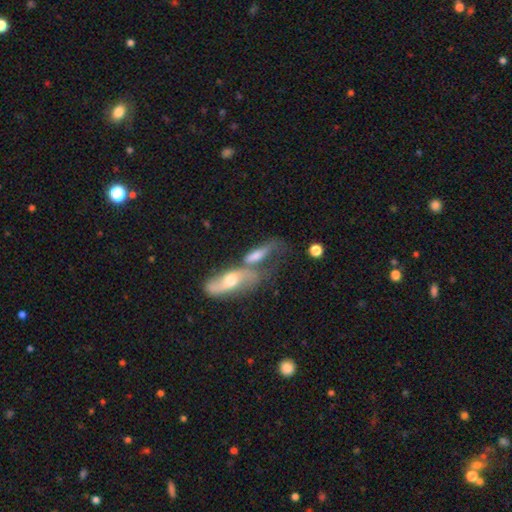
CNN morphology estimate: Smooth or featured?
  - smooth: 53% *
  - featured or disk: 38%
  - star or artifact: 9%
How rounded?
  - in between: 53% *
  - cigar-shaped: 42%
  - round: 5%
Merging?
  - merger: 54% *
  - none: 25%
  - minor disturbance: 12%
  - major disturbance: 9%